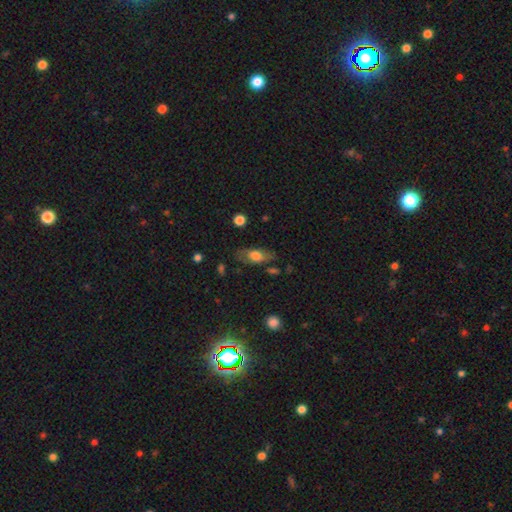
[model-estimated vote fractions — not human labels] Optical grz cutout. It shows a smooth galaxy with no disk features (61%) that is in between round and cigar-shaped (80%). Merging: none (71%).